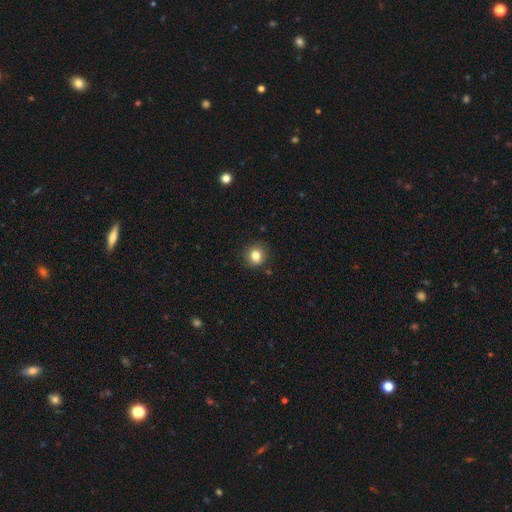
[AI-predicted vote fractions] This is clearly a smooth galaxy (83%). How rounded: clearly round (87%). Merging: clearly none (88%).